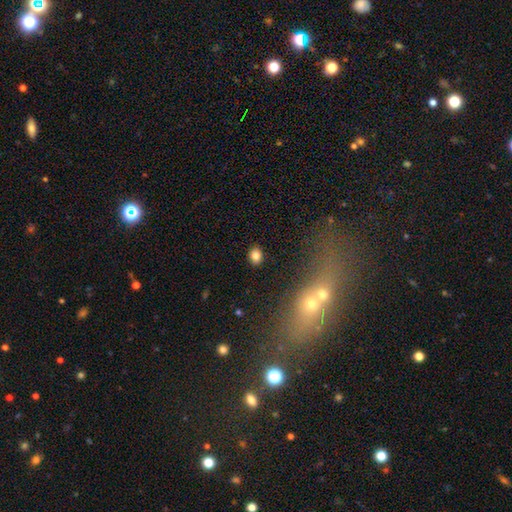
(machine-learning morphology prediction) The model was most divided on "how rounded": round: 55%, in between: 43%, cigar-shaped: 1%. More confident: merging — none (87%); smooth or featured — smooth (82%).